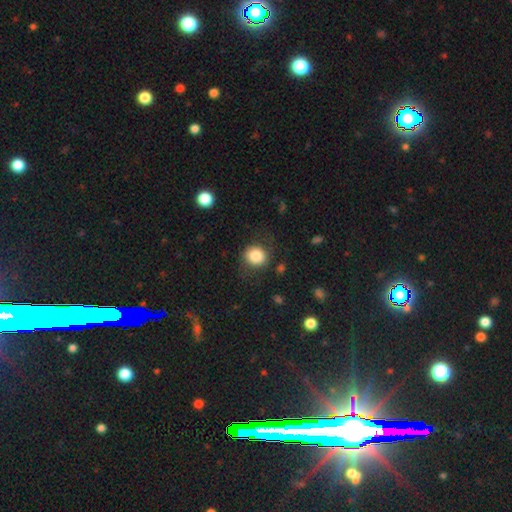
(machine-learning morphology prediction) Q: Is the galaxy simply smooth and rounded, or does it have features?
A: smooth — 81%.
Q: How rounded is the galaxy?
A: round — 79%.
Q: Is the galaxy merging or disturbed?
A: none — 76%.